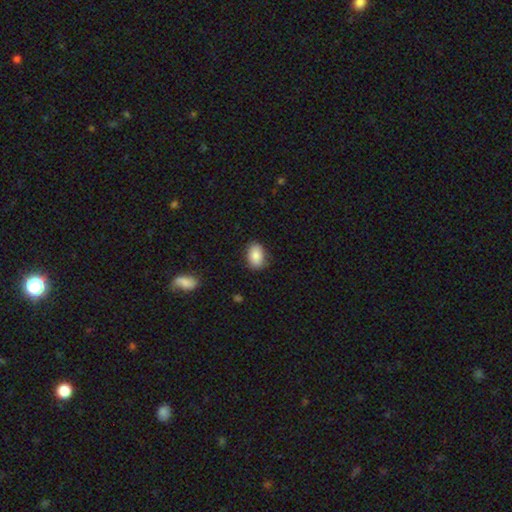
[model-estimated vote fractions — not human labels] smooth-or-featured: smooth: 86% | star or artifact: 7% | featured or disk: 7%
  how-rounded: in between: 84% | round: 15% | cigar-shaped: 1%
  merging: none: 84% | minor disturbance: 13% | major disturbance: 3% | merger: 1%